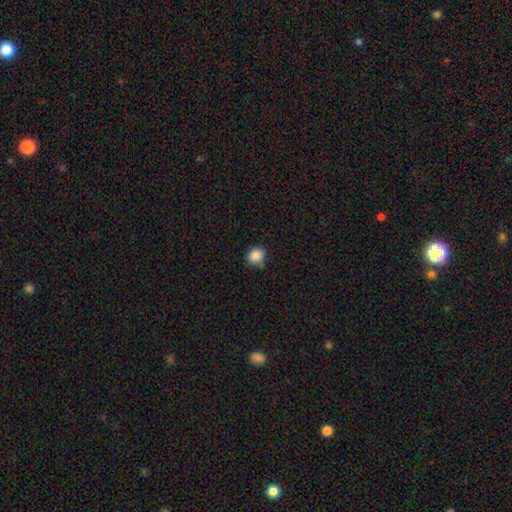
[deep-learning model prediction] The model was most divided on "how rounded": round: 62%, in between: 37%, cigar-shaped: 1%. More confident: smooth or featured — smooth (88%); merging — none (80%).